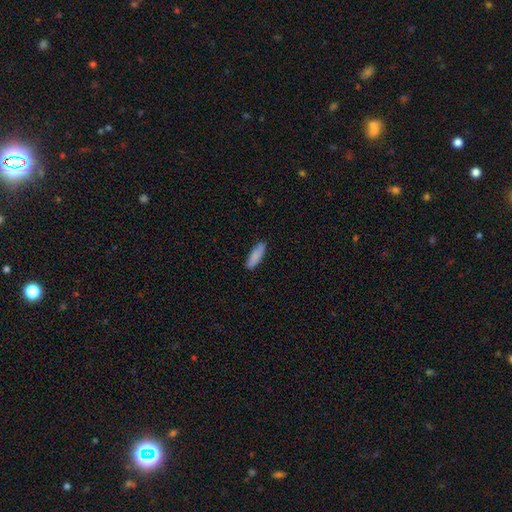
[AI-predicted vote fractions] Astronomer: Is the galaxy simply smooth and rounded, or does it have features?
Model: smooth — 87%.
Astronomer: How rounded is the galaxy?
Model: cigar-shaped — 53% (runner-up: in between, 46%).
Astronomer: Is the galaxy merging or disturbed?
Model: none — 86%.